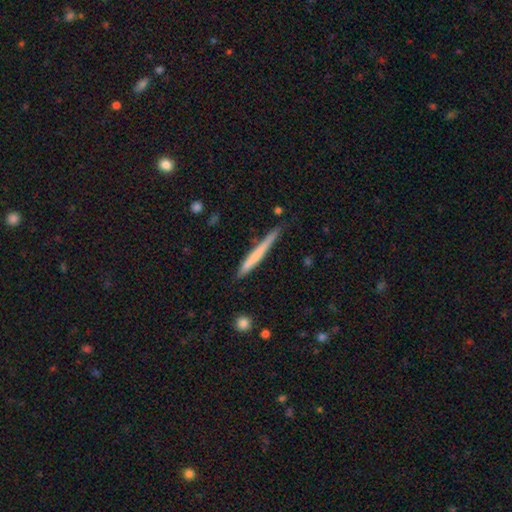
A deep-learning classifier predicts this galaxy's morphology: smooth-or-featured: smooth: 59% | featured or disk: 36% | star or artifact: 5%
  how-rounded: cigar-shaped: 97% | in between: 2% | round: 1%
  merging: none: 81% | minor disturbance: 14% | major disturbance: 2% | merger: 2%